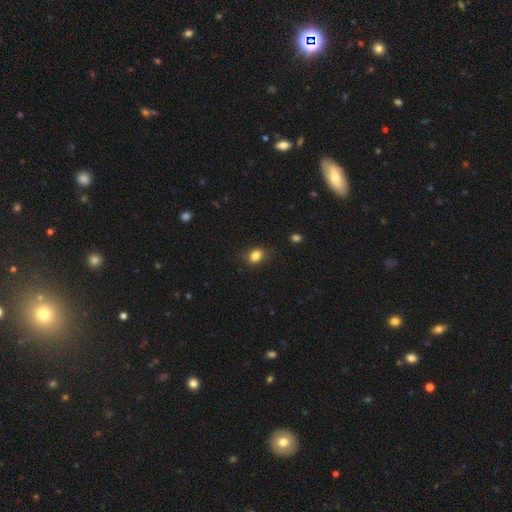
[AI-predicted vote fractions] Morphology: type=smooth (84%); roundness=in between (55%); merging=none (81%).